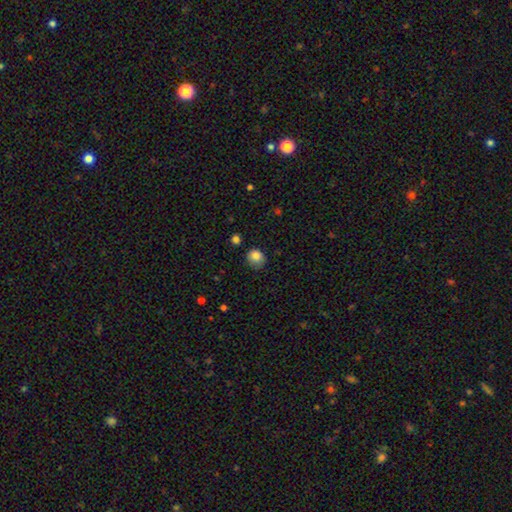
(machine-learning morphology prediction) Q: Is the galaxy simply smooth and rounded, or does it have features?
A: smooth — 84%.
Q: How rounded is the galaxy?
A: round — 75%.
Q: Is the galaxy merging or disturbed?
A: none — 68%.